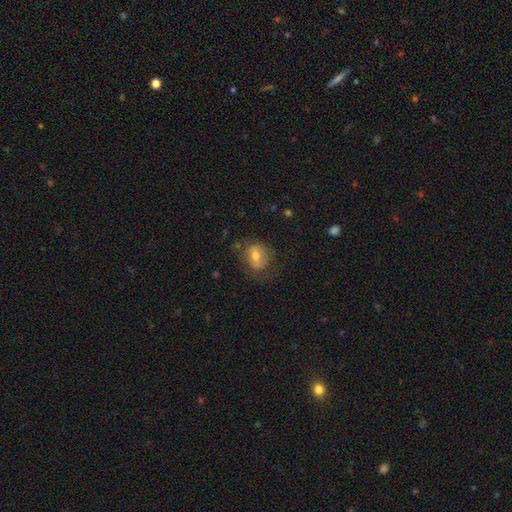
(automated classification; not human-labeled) smooth_or_featured: smooth (p=0.58) [alt: featured or disk p=0.32]
how_rounded: round (p=0.59) [alt: in between p=0.40]
merging: none (p=0.66) [alt: minor disturbance p=0.21]